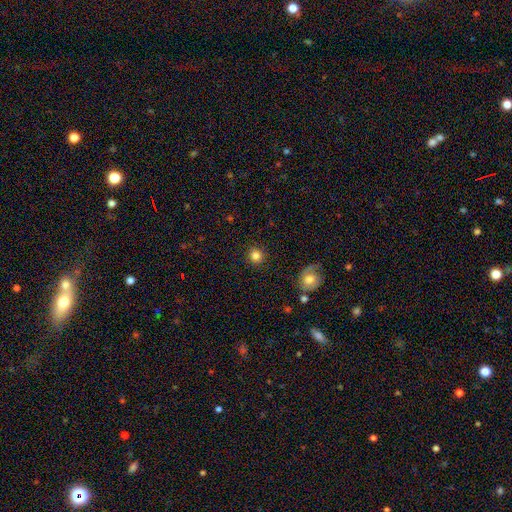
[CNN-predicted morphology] The model was most divided on "smooth or featured": smooth: 83%, star or artifact: 11%, featured or disk: 6%. More confident: how rounded — round (93%); merging — none (90%).